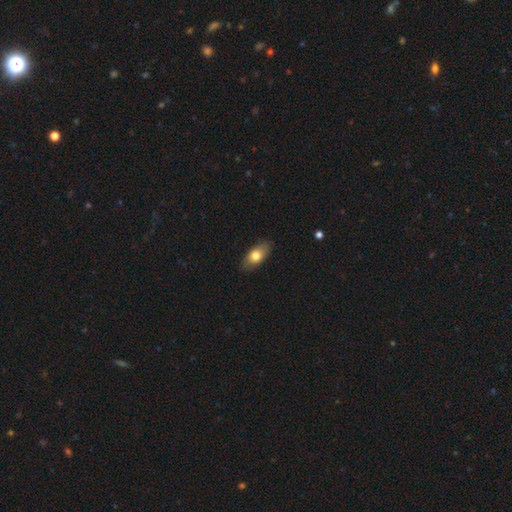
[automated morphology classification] Overall: smooth (74%). How rounded: in between (86%). Merging: none (84%).